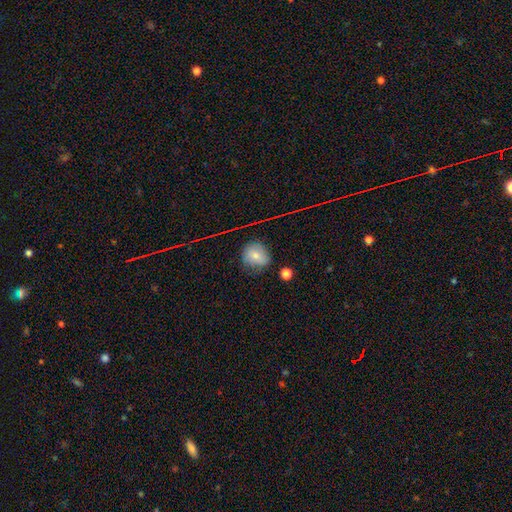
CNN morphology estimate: Smooth or featured? smooth (67%)
How rounded? round (77%)
Merging? none (67%)